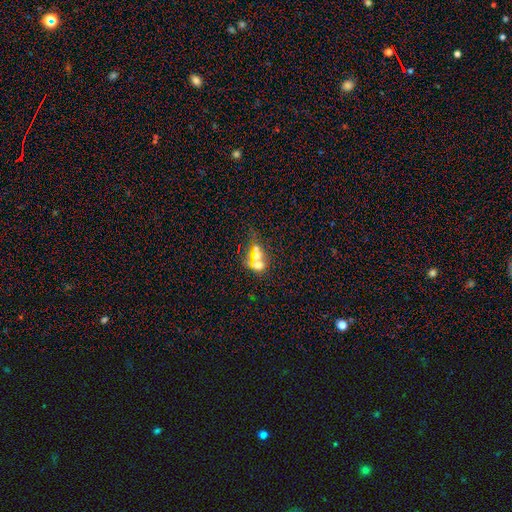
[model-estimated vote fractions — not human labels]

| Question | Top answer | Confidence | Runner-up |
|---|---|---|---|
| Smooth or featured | smooth | 43% | star or artifact (32%) |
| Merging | merger | 49% | none (35%) |